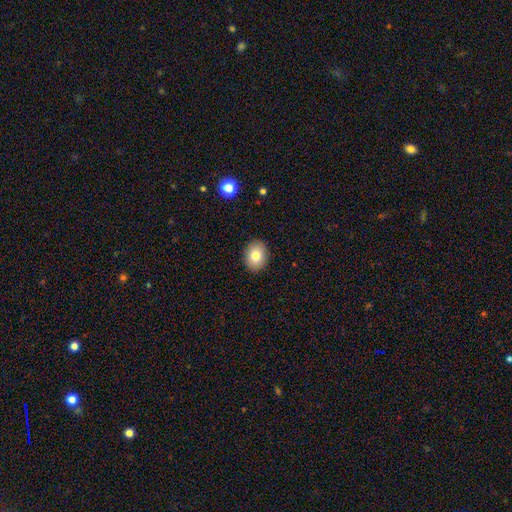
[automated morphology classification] Q: Smooth or featured?
A: smooth (80%); runner-up: featured or disk (11%)
Q: How rounded?
A: in between (61%); runner-up: round (38%)
Q: Merging?
A: none (89%); runner-up: minor disturbance (8%)